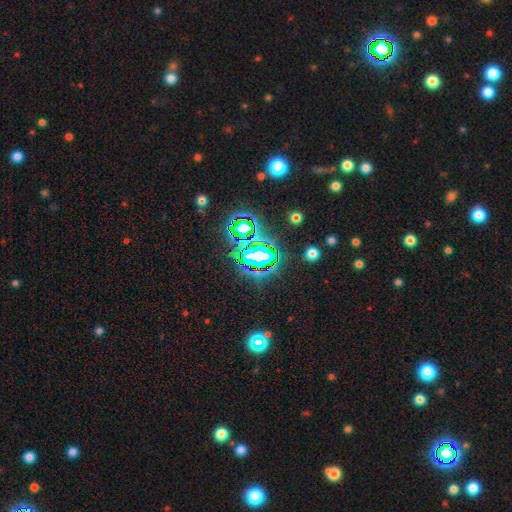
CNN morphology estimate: Smooth or featured?
  - star or artifact: 78% *
  - smooth: 13%
  - featured or disk: 10%